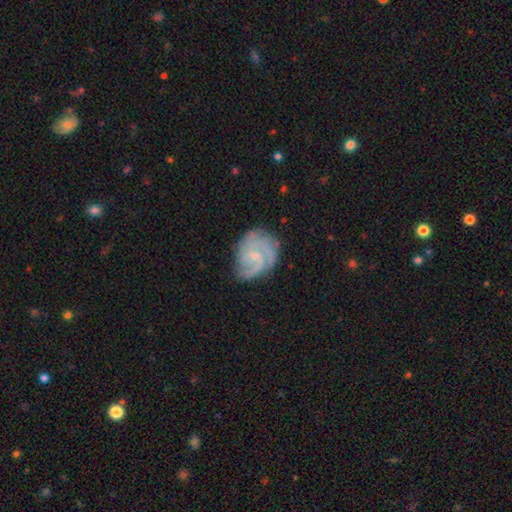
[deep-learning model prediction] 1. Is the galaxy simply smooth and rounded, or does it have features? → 86% featured or disk, 9% smooth, 5% star or artifact.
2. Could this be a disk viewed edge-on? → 98% no, 2% yes.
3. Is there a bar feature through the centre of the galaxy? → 56% no, 39% weak, 5% strong.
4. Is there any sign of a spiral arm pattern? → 97% yes, 3% no.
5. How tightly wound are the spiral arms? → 45% tight, 44% medium, 11% loose.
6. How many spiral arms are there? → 40% 3, 27% 2, 15% can't tell, 8% 4, 6% 1, 5% more than 4.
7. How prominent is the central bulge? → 74% small, 18% moderate, 6% none, 1% large, 1% dominant.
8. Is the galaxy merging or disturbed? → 70% none, 21% minor disturbance, 8% major disturbance, 2% merger.